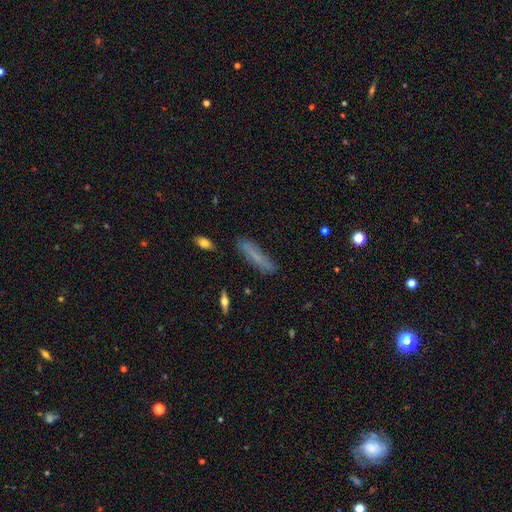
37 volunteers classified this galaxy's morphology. smooth_or_featured: smooth (p=0.73) [alt: featured or disk p=0.19]
how_rounded: cigar-shaped (p=0.81) [alt: in between p=0.15]
merging: none (p=0.82) [alt: minor disturbance p=0.06]